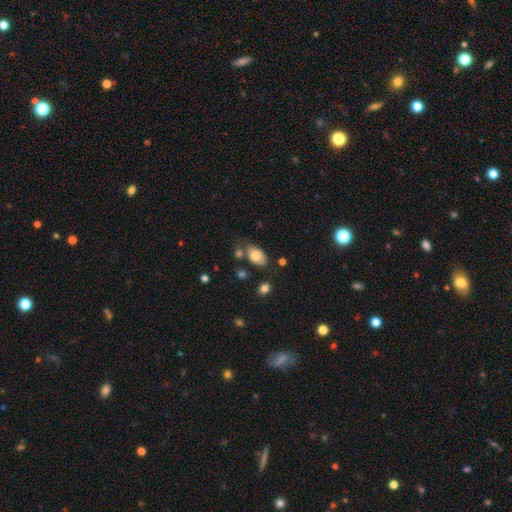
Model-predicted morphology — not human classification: Smooth or featured? smooth (78%)
How rounded? in between (91%)
Merging? none (63%)